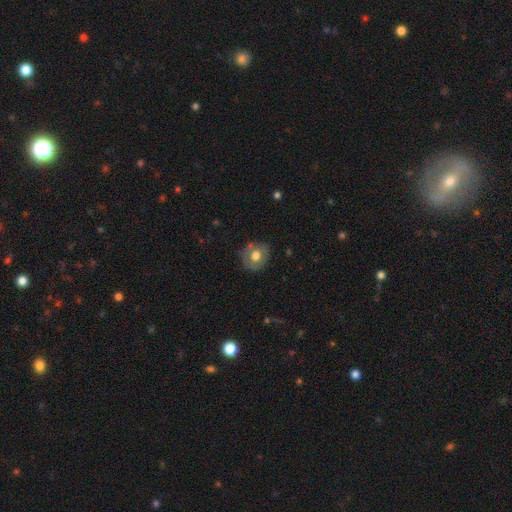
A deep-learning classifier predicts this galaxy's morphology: Smooth or featured: smooth — 60% (featured or disk — 32%)
How rounded: round — 77% (in between — 22%)
Merging: none — 79% (minor disturbance — 15%)